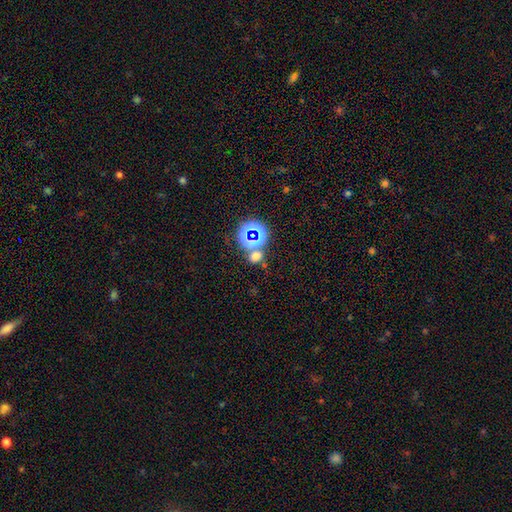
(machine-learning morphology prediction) smooth-or-featured: smooth: 52% | star or artifact: 41% | featured or disk: 7%
  how-rounded: round: 69% | in between: 29% | cigar-shaped: 2%
  merging: none: 64% | merger: 22% | minor disturbance: 9% | major disturbance: 5%